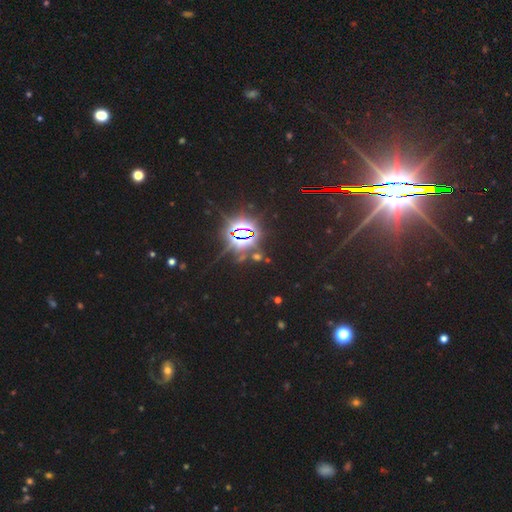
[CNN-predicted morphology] smooth-or-featured: star or artifact: 85% | smooth: 8% | featured or disk: 7%